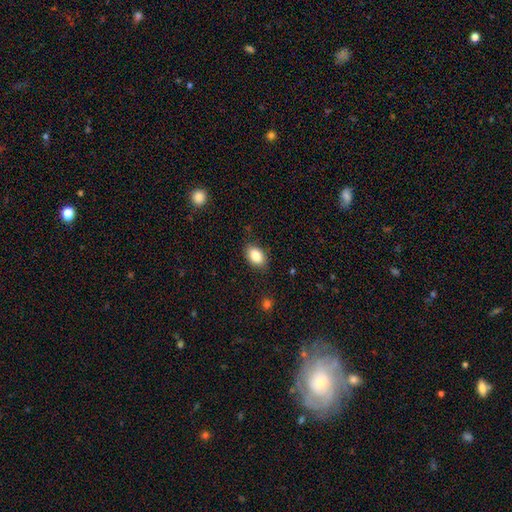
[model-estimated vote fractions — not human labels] smooth_or_featured: smooth (p=0.87) [alt: star or artifact p=0.08]
how_rounded: in between (p=0.86) [alt: round p=0.12]
merging: none (p=0.85) [alt: minor disturbance p=0.11]